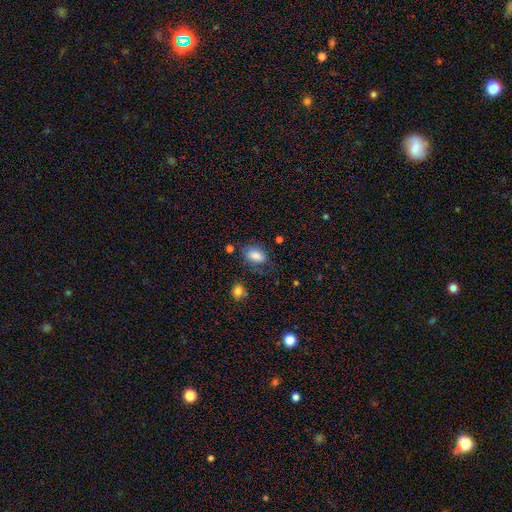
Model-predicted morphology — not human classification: smooth 80%, featured or disk 12%, star or artifact 9%. Down the decision tree: how rounded — in between (87%); merging — none (60%).